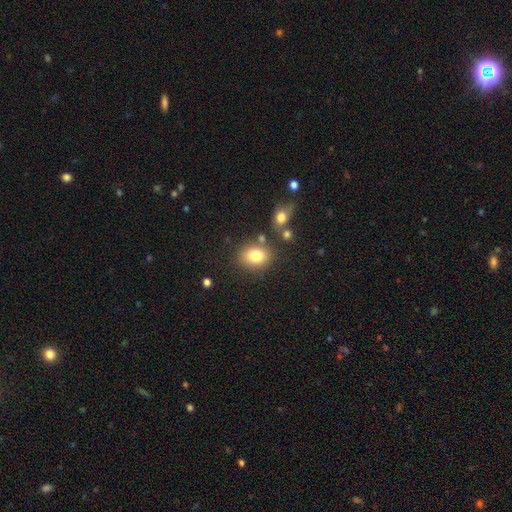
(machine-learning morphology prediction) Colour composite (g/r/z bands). It shows a smooth galaxy with no disk features (82%) that is in between round and cigar-shaped (60%). Merging: none (73%).